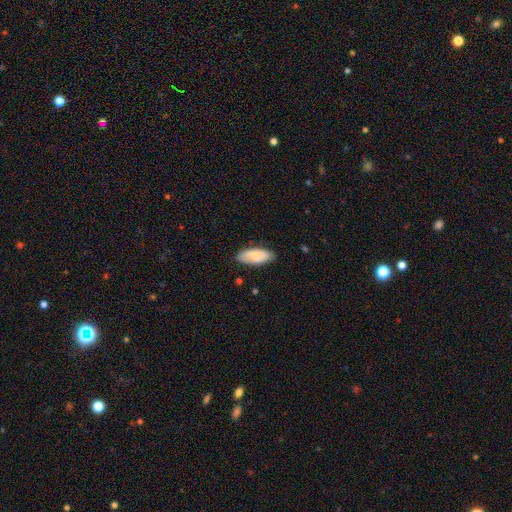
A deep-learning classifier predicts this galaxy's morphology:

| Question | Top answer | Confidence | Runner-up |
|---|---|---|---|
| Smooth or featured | smooth | 76% | featured or disk (18%) |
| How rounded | in between | 87% | cigar-shaped (12%) |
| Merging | none | 79% | minor disturbance (17%) |